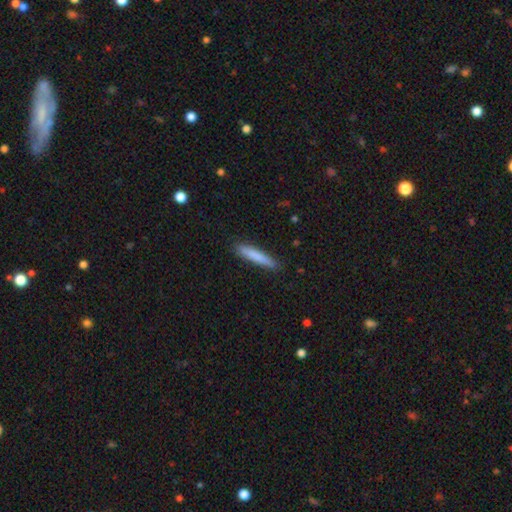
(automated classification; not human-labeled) smooth 81%, featured or disk 13%, star or artifact 6%. Down the decision tree: how rounded — cigar-shaped (92%); merging — none (86%).